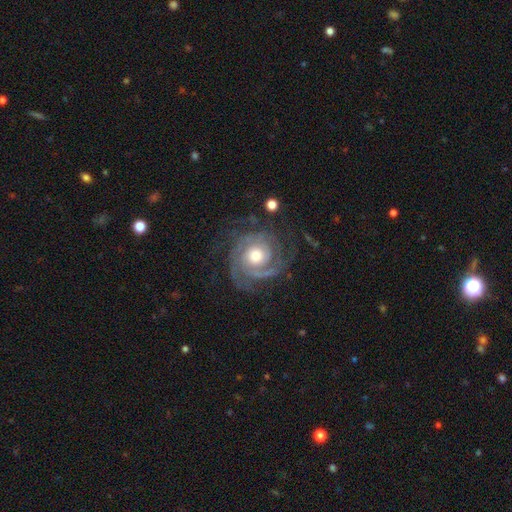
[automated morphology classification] Smooth or featured?
  - featured or disk: 88% *
  - smooth: 7%
  - star or artifact: 5%
Edge-on disk?
  - no: 98% *
  - yes: 2%
Bar?
  - no: 79% *
  - weak: 17%
  - strong: 4%
Spiral arms?
  - yes: 96% *
  - no: 4%
Spiral winding?
  - tight: 65% *
  - medium: 28%
  - loose: 7%
Spiral arm count?
  - 3: 29% *
  - 2: 25%
  - can't tell: 22%
  - 4: 9%
  - 1: 8%
  - more than 4: 7%
Bulge size?
  - moderate: 61% *
  - large: 26%
  - small: 10%
  - dominant: 2%
  - none: 1%
Merging?
  - none: 69% *
  - minor disturbance: 17%
  - major disturbance: 13%
  - merger: 1%